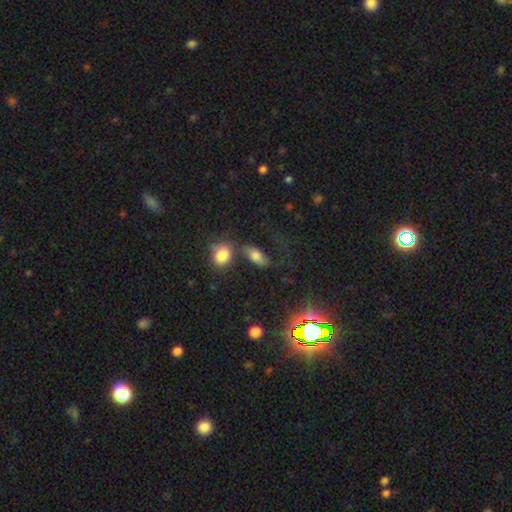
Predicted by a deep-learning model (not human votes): smooth_or_featured: smooth (p=0.65) [alt: featured or disk p=0.20]
how_rounded: in between (p=0.81) [alt: round p=0.12]
merging: none (p=0.41) [alt: merger p=0.23]